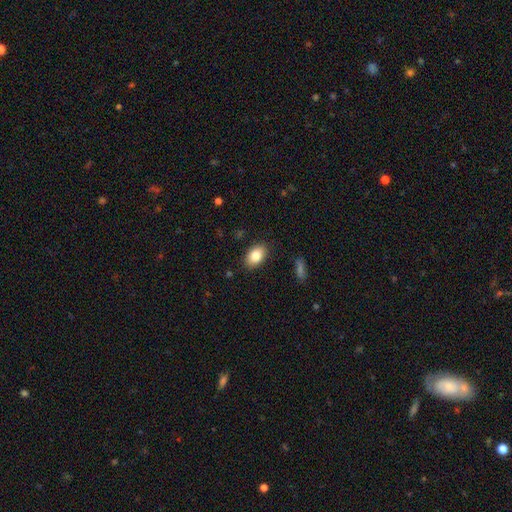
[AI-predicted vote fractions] Morphology: type=smooth (83%); roundness=in between (89%); merging=none (88%).